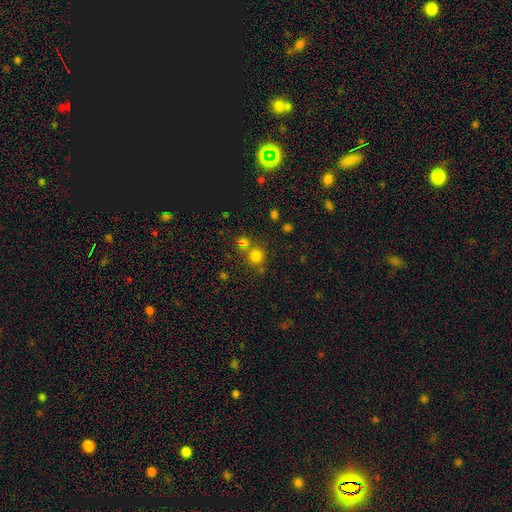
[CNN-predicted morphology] Smooth or featured?
  - smooth: 76% *
  - star or artifact: 17%
  - featured or disk: 6%
How rounded?
  - round: 90% *
  - in between: 9%
  - cigar-shaped: 1%
Merging?
  - none: 65% *
  - merger: 23%
  - minor disturbance: 8%
  - major disturbance: 3%